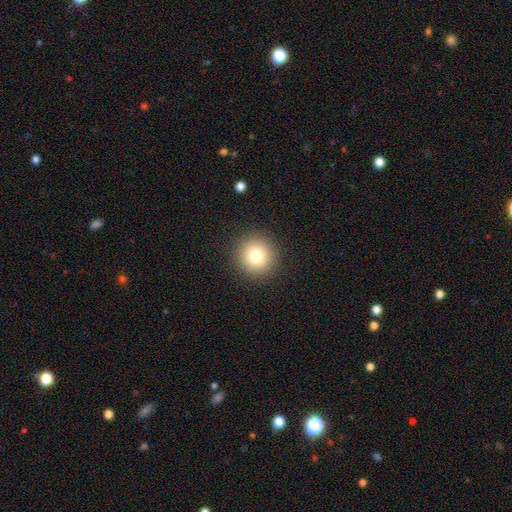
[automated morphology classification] smooth 79%, star or artifact 11%, featured or disk 9%. Down the decision tree: how rounded — round (94%); merging — none (91%).